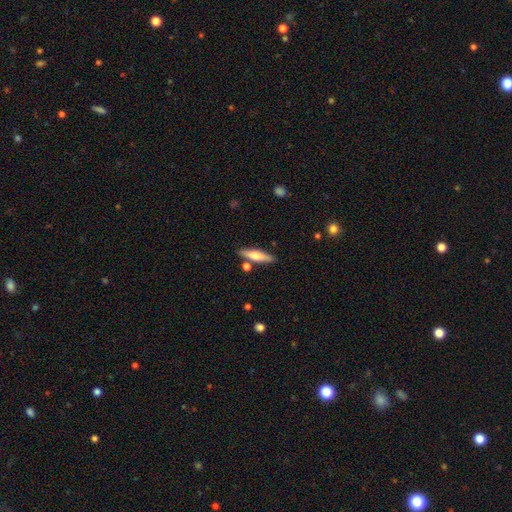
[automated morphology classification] This appears to be a smooth galaxy with no disk features (60%) that is cigar-shaped (78%). Merging: none (81%).